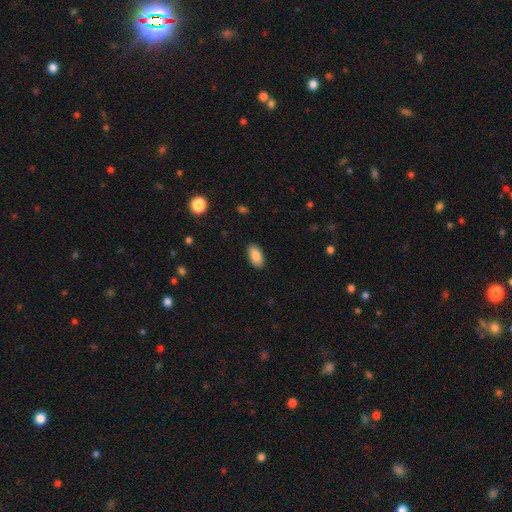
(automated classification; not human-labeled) The model was most divided on "merging": none: 88%, minor disturbance: 9%, major disturbance: 2%, merger: 1%. More confident: how rounded — in between (92%); smooth or featured — smooth (88%).